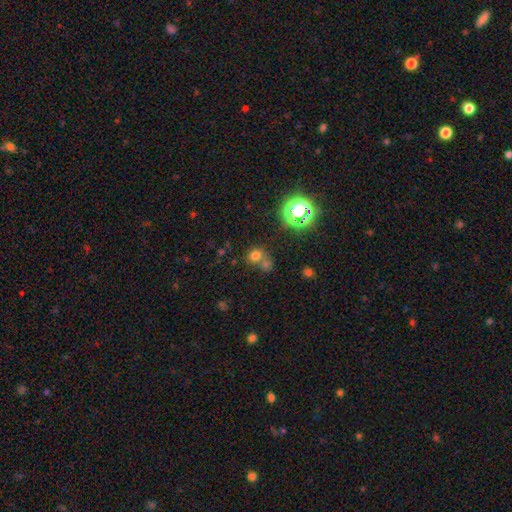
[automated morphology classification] Q: Smooth or featured?
A: smooth (66%); runner-up: star or artifact (25%)
Q: How rounded?
A: round (72%); runner-up: in between (27%)
Q: Merging?
A: none (44%); runner-up: merger (43%)